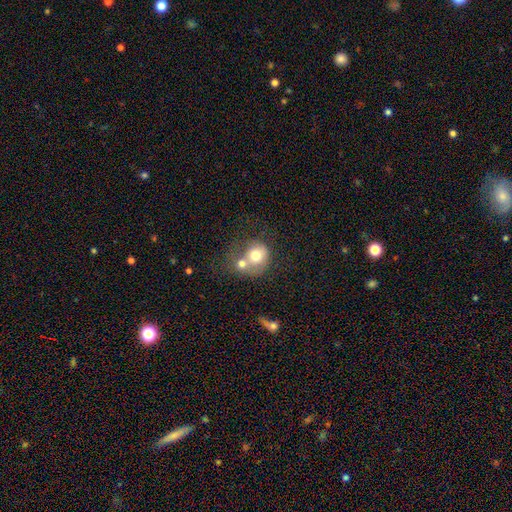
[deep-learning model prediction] Q: Smooth or featured?
A: smooth (69%); runner-up: featured or disk (22%)
Q: How rounded?
A: round (75%); runner-up: in between (24%)
Q: Merging?
A: merger (61%); runner-up: none (24%)